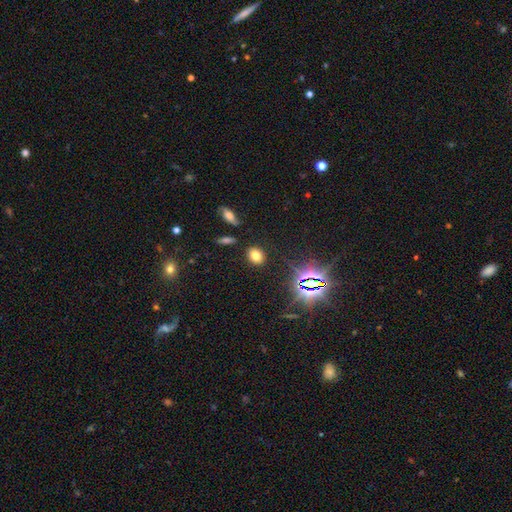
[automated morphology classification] smooth 73%, star or artifact 20%, featured or disk 7%. Down the decision tree: how rounded — in between (62%); merging — none (87%).